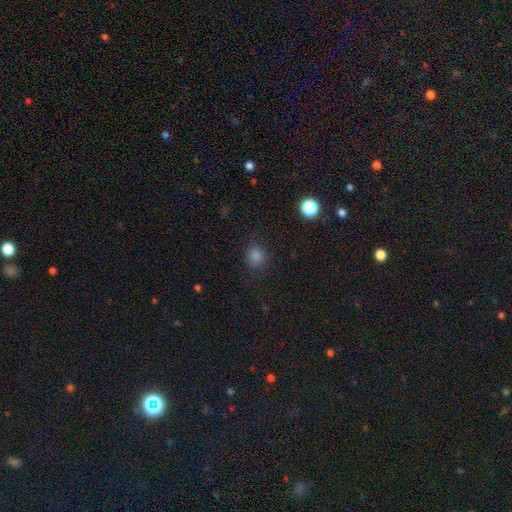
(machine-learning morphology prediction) Smooth or featured? Predicted: smooth (p=0.79). How rounded? Predicted: round (p=0.85). Merging? Predicted: none (p=0.87).